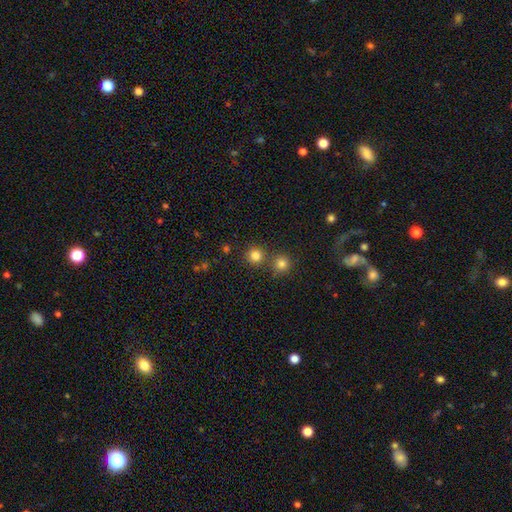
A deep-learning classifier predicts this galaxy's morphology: Q: Smooth or featured?
A: smooth (82%); runner-up: star or artifact (14%)
Q: How rounded?
A: round (93%); runner-up: in between (6%)
Q: Merging?
A: none (76%); runner-up: merger (16%)